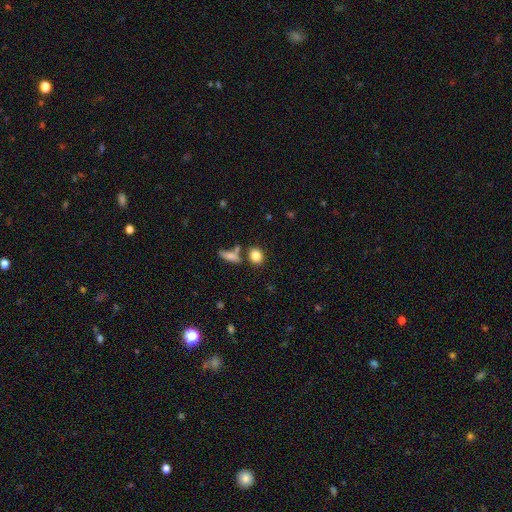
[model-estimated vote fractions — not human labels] Smooth or featured: smooth — 84% (star or artifact — 9%)
How rounded: round — 56% (in between — 41%)
Merging: none — 68% (merger — 17%)